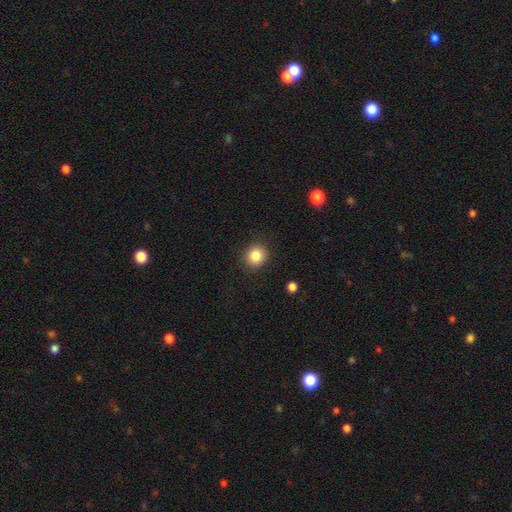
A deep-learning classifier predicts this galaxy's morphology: This is clearly a smooth galaxy (85%). How rounded: clearly round (82%). Merging: clearly none (89%).